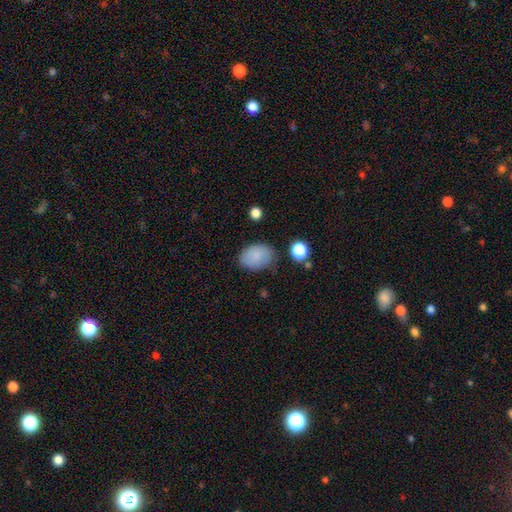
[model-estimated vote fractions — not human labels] Smooth or featured: smooth — 84% (star or artifact — 8%)
How rounded: in between — 75% (round — 24%)
Merging: none — 73% (minor disturbance — 19%)